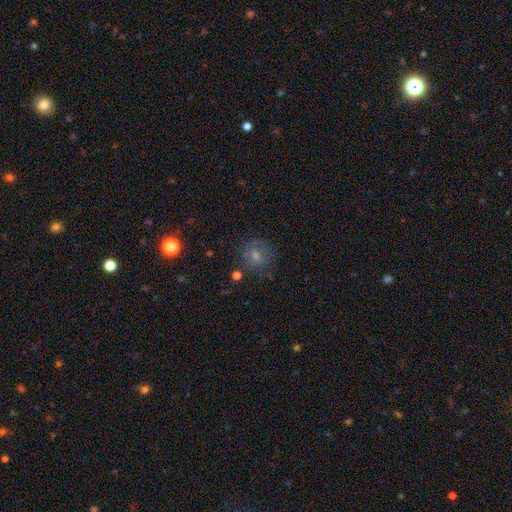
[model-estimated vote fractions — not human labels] Smooth or featured? Predicted: smooth (p=0.46). Merging? Predicted: none (p=0.79).